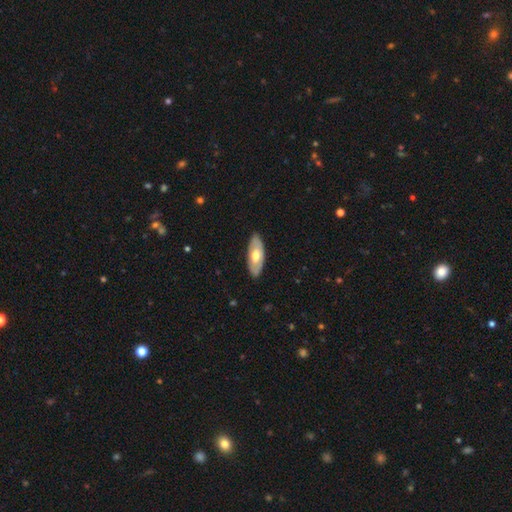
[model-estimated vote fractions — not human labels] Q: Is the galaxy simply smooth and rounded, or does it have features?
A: smooth — 50%.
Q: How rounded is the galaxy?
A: in between — 84%.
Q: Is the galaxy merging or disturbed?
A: none — 86%.